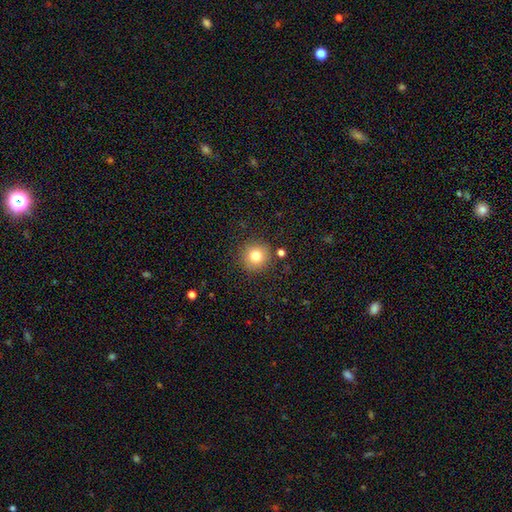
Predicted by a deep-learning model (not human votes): Q: Smooth or featured?
A: smooth (80%); runner-up: star or artifact (12%)
Q: How rounded?
A: round (94%); runner-up: in between (5%)
Q: Merging?
A: none (87%); runner-up: minor disturbance (7%)